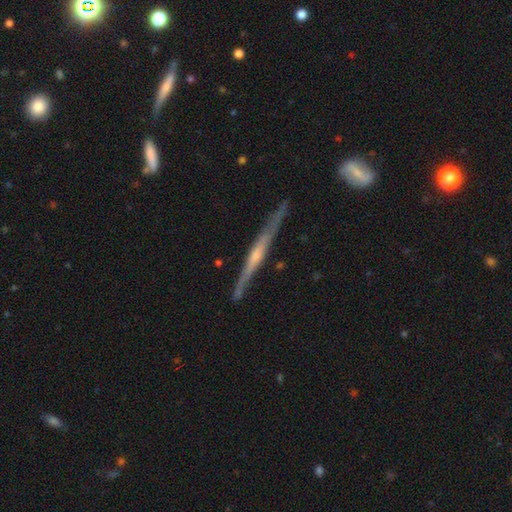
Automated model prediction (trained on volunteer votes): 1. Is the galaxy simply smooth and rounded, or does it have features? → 77% featured or disk, 18% smooth, 5% star or artifact.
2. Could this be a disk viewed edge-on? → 97% yes, 3% no.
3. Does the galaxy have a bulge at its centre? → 57% rounded, 32% none, 10% boxy.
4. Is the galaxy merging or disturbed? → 83% none, 12% minor disturbance, 2% merger, 2% major disturbance.